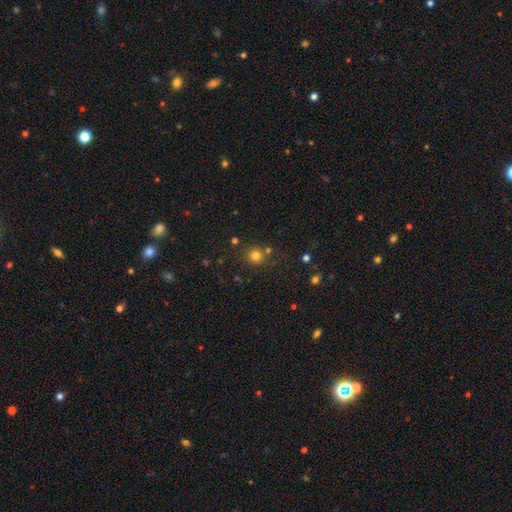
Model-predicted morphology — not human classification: A smooth galaxy with no disk features (79%) that is round (91%). Merging: none (77%).